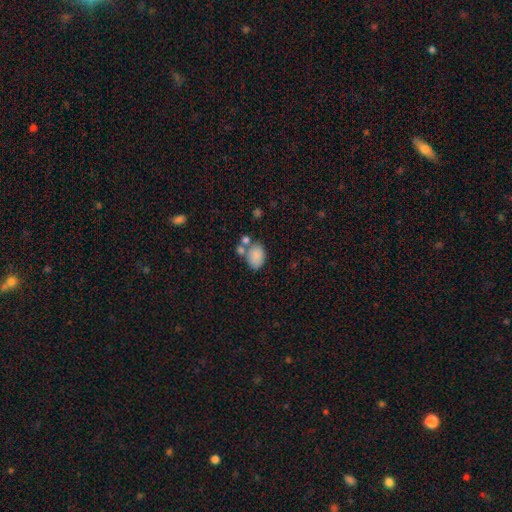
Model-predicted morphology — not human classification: This appears to be a smooth galaxy with no disk features (82%) that is in between round and cigar-shaped (79%). Merging: none (50%).